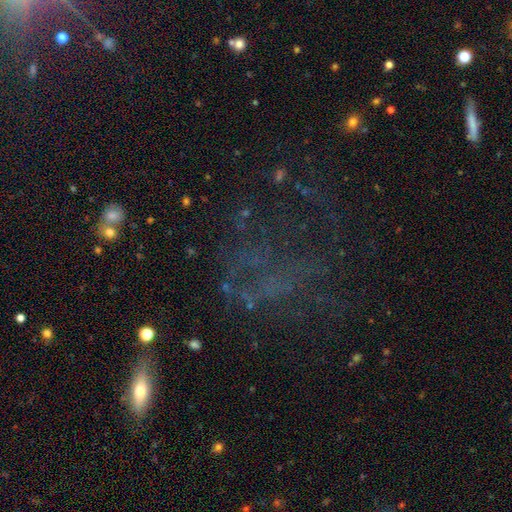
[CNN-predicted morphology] smooth-or-featured: featured or disk: 39% | star or artifact: 35% | smooth: 26%
  merging: none: 50% | major disturbance: 31% | minor disturbance: 14% | merger: 5%